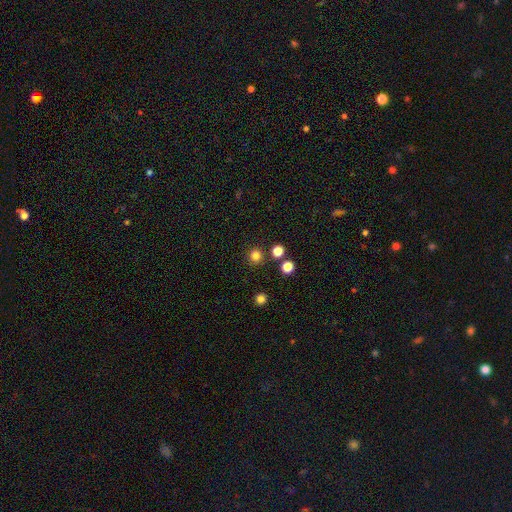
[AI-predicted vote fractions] Smooth or featured? Predicted: smooth (p=0.81). How rounded? Predicted: round (p=0.93). Merging? Predicted: none (p=0.88).